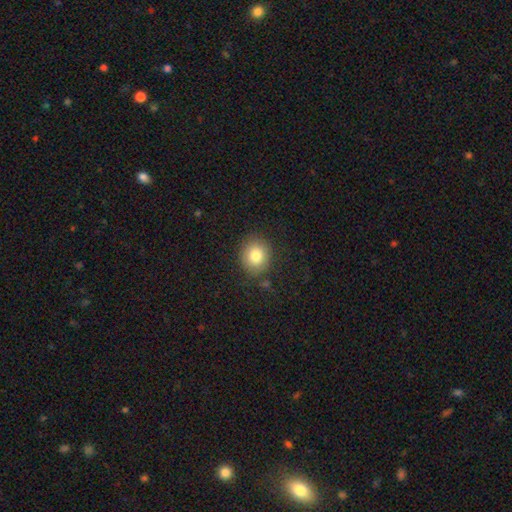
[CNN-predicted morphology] smooth 81%, star or artifact 10%, featured or disk 9%. Down the decision tree: how rounded — round (78%); merging — none (85%).